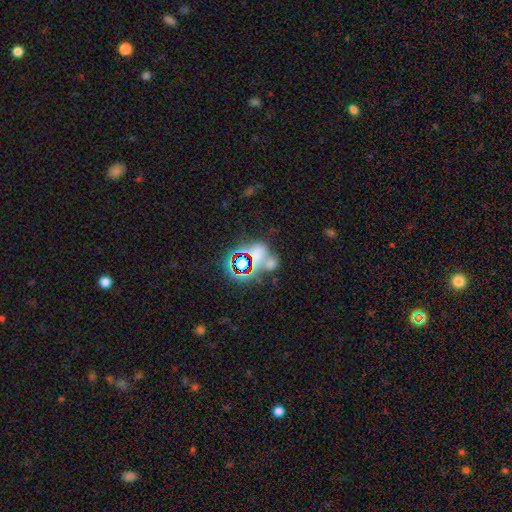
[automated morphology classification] This appears to be a star or artifact, not a galaxy (51%).